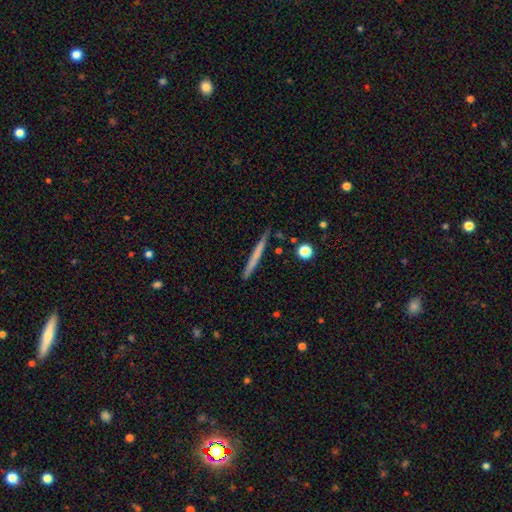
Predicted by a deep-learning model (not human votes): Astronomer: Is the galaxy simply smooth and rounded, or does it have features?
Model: smooth — 55% (runner-up: featured or disk, 39%).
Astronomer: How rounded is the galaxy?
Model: cigar-shaped — 97%.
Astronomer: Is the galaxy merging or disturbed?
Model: none — 89%.